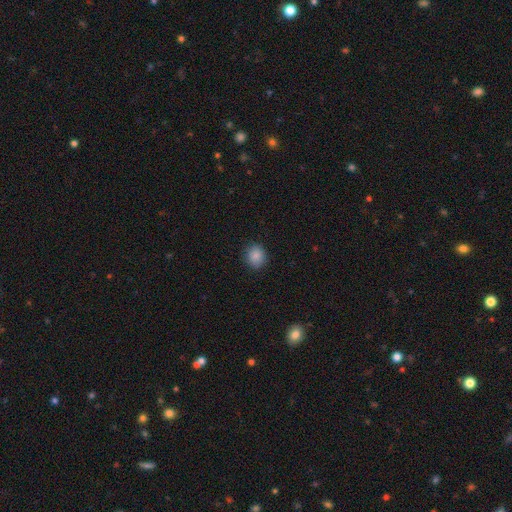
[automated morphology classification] A smooth galaxy with no disk features (87%) that is round (73%).

Vote fractions:
- Smooth or featured? smooth: 87% / star or artifact: 9% / featured or disk: 4%
- How rounded? round: 73% / in between: 26% / cigar-shaped: 1%
- Merging? none: 89% / minor disturbance: 8% / major disturbance: 2% / merger: 1%